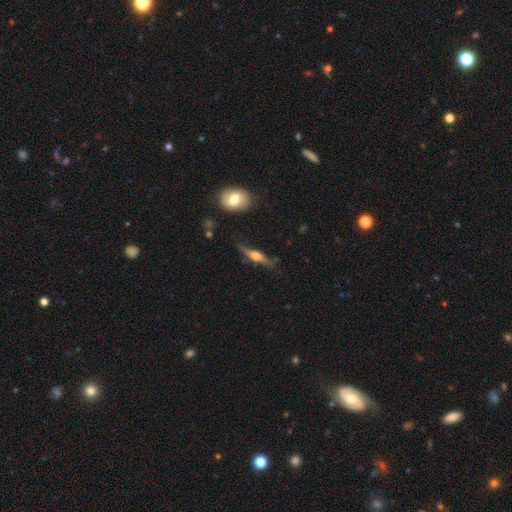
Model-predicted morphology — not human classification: A featured or disk galaxy (70%) viewed edge-on (95%) with a rounded central bulge (90%). Merging: none (76%).